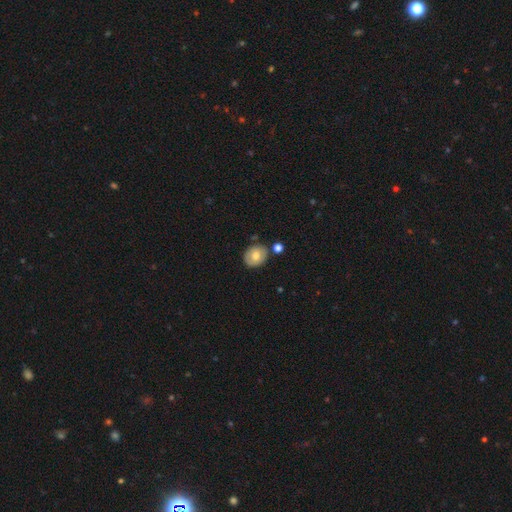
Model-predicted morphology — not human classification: smooth_or_featured: smooth (p=0.69) [alt: featured or disk p=0.23]
how_rounded: in between (p=0.51) [alt: round p=0.48]
merging: none (p=0.77) [alt: minor disturbance p=0.12]